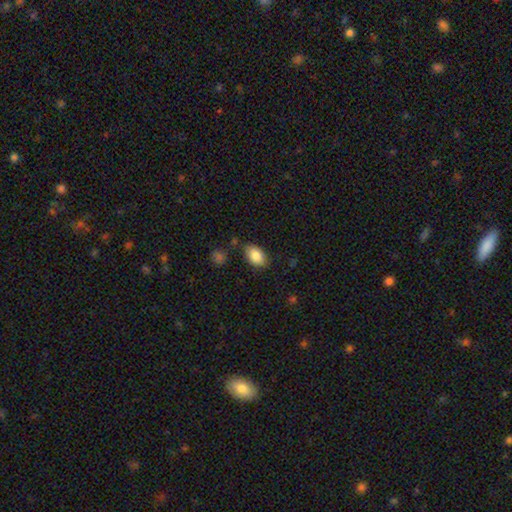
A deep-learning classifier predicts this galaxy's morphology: Q: Smooth or featured?
A: smooth (87%); runner-up: star or artifact (7%)
Q: How rounded?
A: in between (90%); runner-up: round (9%)
Q: Merging?
A: none (80%); runner-up: minor disturbance (14%)